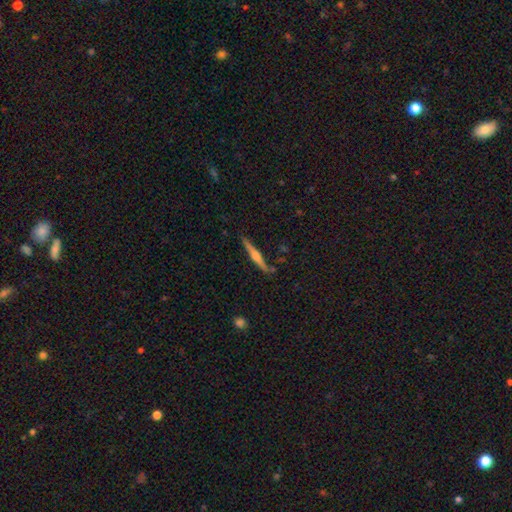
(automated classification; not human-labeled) Smooth or featured?
  - featured or disk: 71% *
  - smooth: 23%
  - star or artifact: 6%
Edge-on disk?
  - yes: 98% *
  - no: 2%
Edge-on bulge?
  - rounded: 87% *
  - boxy: 7%
  - none: 6%
Merging?
  - none: 86% *
  - minor disturbance: 10%
  - merger: 2%
  - major disturbance: 2%